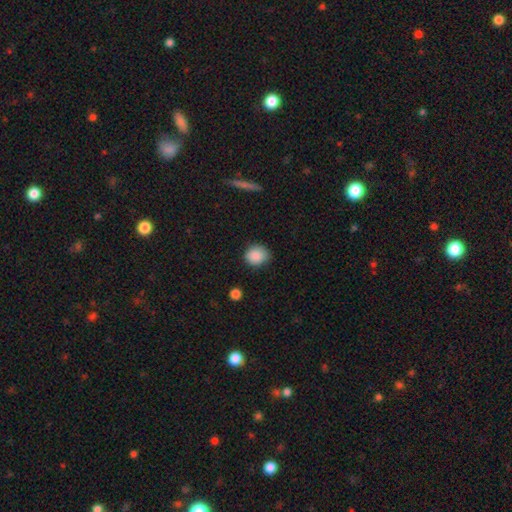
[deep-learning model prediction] This appears to be a smooth galaxy with no disk features (87%) that is round (78%). Merging: none (80%).